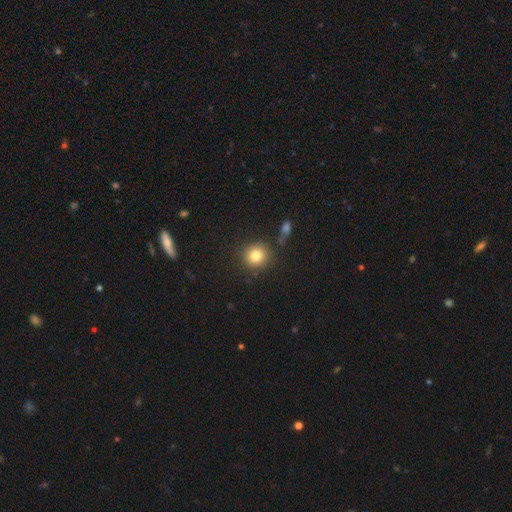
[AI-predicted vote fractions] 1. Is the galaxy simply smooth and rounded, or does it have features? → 81% smooth, 11% star or artifact, 8% featured or disk.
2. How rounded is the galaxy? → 90% round, 9% in between, 1% cigar-shaped.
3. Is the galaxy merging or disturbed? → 81% none, 10% minor disturbance, 5% merger, 4% major disturbance.